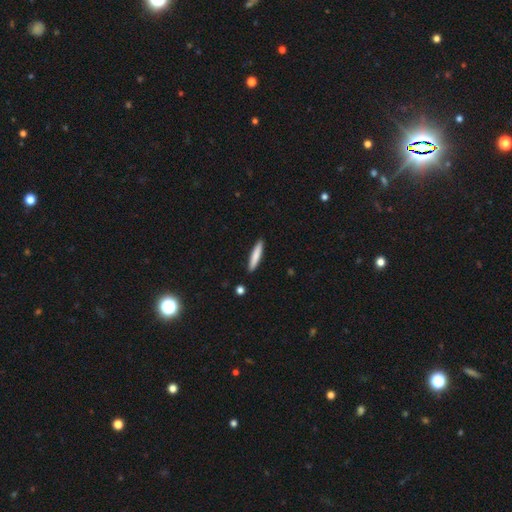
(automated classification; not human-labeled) smooth_or_featured: smooth (p=0.80) [alt: featured or disk p=0.14]
how_rounded: cigar-shaped (p=0.90) [alt: in between p=0.09]
merging: none (p=0.90) [alt: minor disturbance p=0.07]